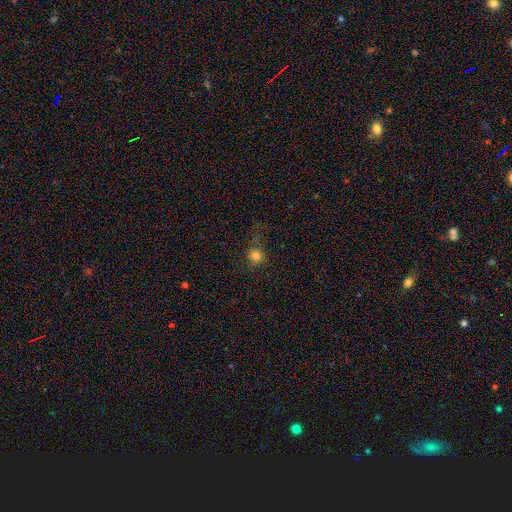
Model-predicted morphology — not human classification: A smooth galaxy with no disk features (75%) that is round (88%). Merging: none (72%).